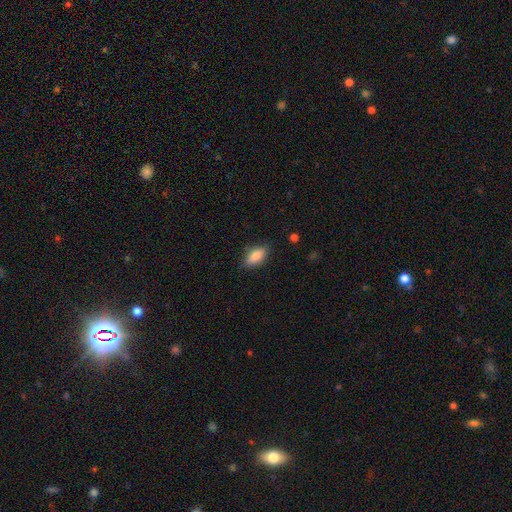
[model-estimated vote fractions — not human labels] smooth 84%, featured or disk 9%, star or artifact 7%. Down the decision tree: how rounded — in between (86%); merging — none (80%).